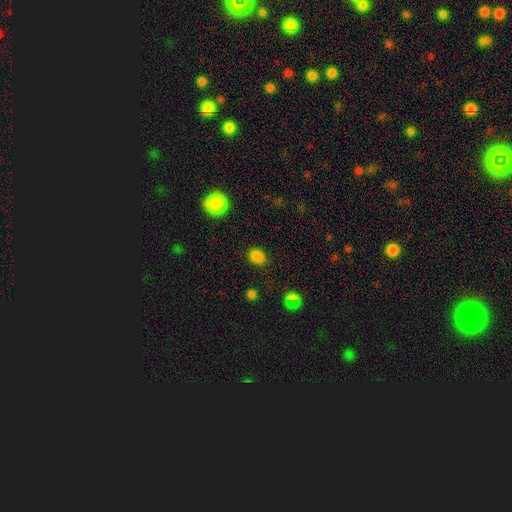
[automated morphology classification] Smooth or featured?
  - smooth: 83% *
  - star or artifact: 14%
  - featured or disk: 3%
How rounded?
  - round: 53% *
  - in between: 46%
  - cigar-shaped: 1%
Merging?
  - none: 86% *
  - minor disturbance: 10%
  - major disturbance: 3%
  - merger: 2%